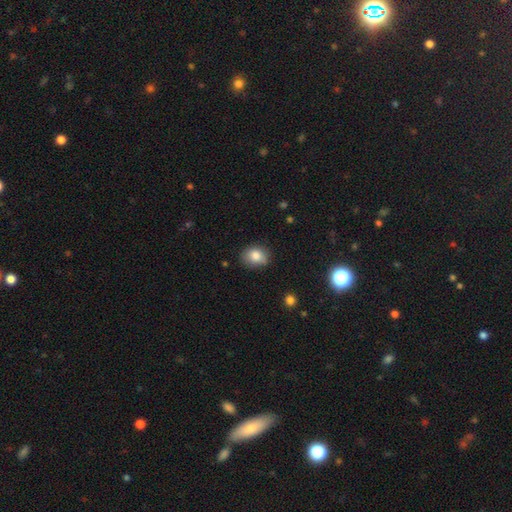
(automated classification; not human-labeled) A smooth galaxy with no disk features (83%) that is in between round and cigar-shaped (54%).

Vote fractions:
- Smooth or featured? smooth: 83% / star or artifact: 9% / featured or disk: 7%
- How rounded? in between: 54% / round: 45% / cigar-shaped: 1%
- Merging? none: 77% / minor disturbance: 18% / major disturbance: 3% / merger: 2%